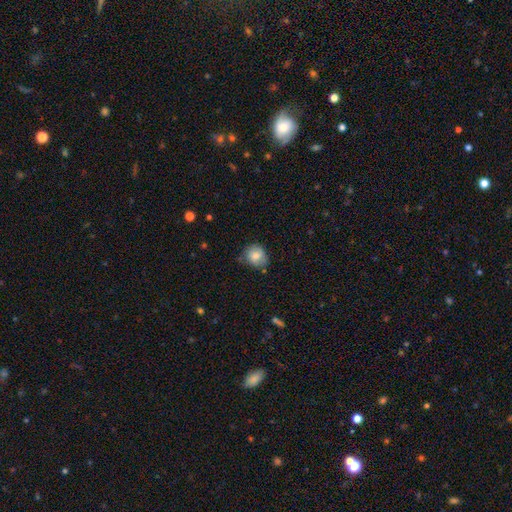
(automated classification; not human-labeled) smooth 79%, featured or disk 13%, star or artifact 8%. Down the decision tree: how rounded — round (74%); merging — none (65%).